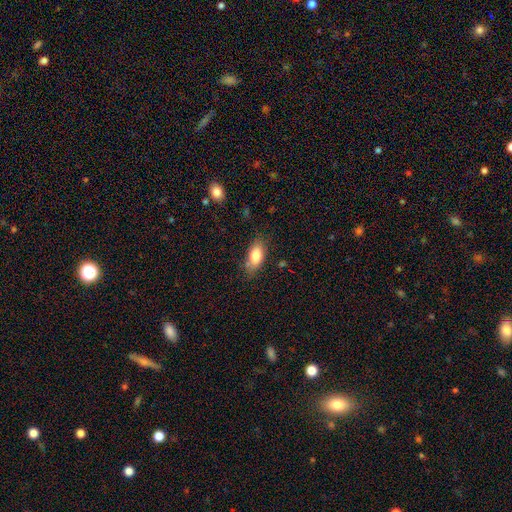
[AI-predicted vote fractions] smooth_or_featured: smooth (p=0.82) [alt: featured or disk p=0.11]
how_rounded: in between (p=0.85) [alt: cigar-shaped p=0.11]
merging: none (p=0.72) [alt: minor disturbance p=0.20]